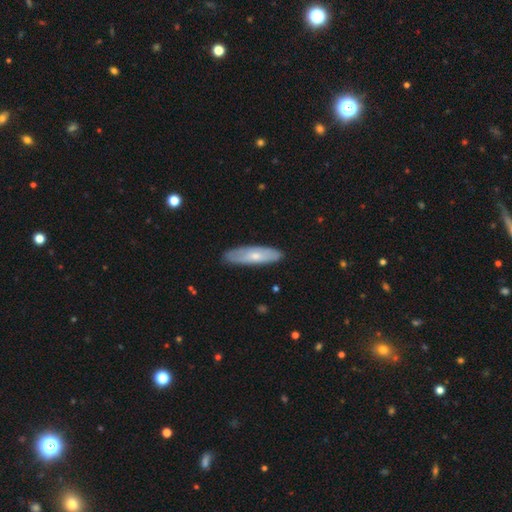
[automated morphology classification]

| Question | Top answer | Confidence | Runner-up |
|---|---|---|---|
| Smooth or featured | smooth | 55% | featured or disk (39%) |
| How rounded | cigar-shaped | 59% | in between (39%) |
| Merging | none | 83% | minor disturbance (13%) |